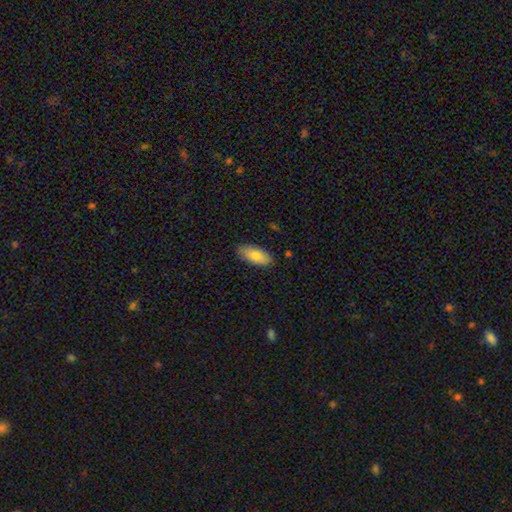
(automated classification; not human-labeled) smooth_or_featured: smooth (p=0.80) [alt: featured or disk p=0.14]
how_rounded: in between (p=0.88) [alt: cigar-shaped p=0.10]
merging: none (p=0.85) [alt: minor disturbance p=0.11]